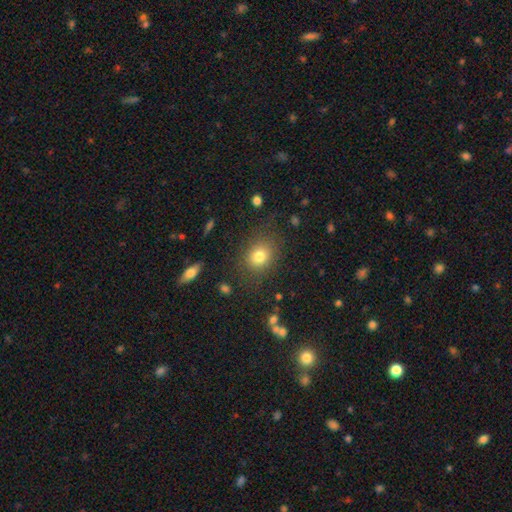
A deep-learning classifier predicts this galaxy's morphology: Smooth or featured? smooth (63%)
How rounded? round (76%)
Merging? none (86%)